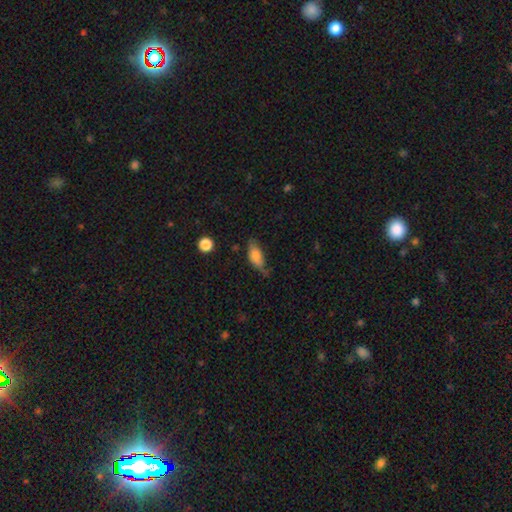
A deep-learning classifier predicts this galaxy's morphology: Smooth or featured: smooth — 73% (featured or disk — 19%)
How rounded: in between — 82% (cigar-shaped — 14%)
Merging: none — 44% (minor disturbance — 38%)